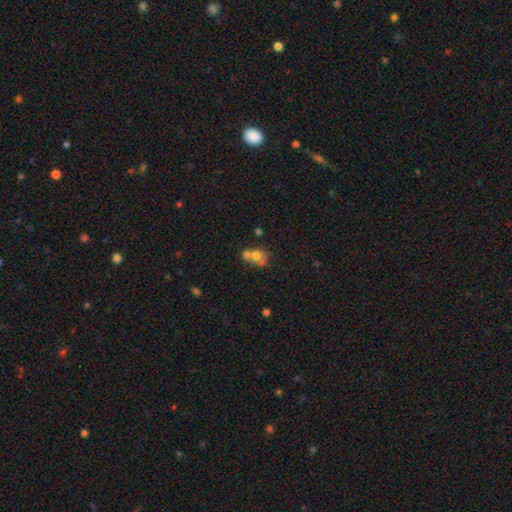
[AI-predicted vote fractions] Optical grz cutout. It shows a smooth galaxy with no disk features (63%) that is round (62%). Merging: merger (56%).